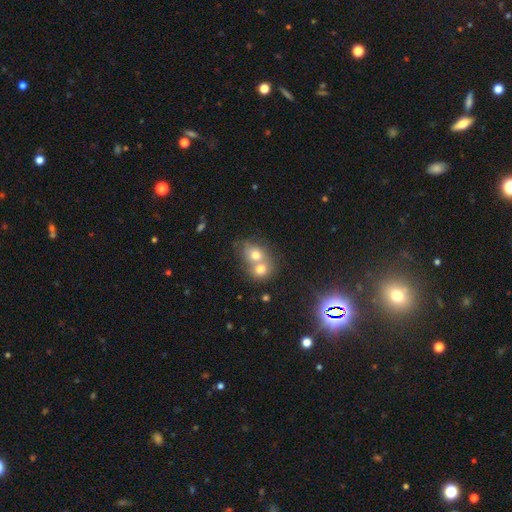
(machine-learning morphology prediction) Smooth or featured? smooth (68%)
How rounded? round (61%)
Merging? merger (69%)